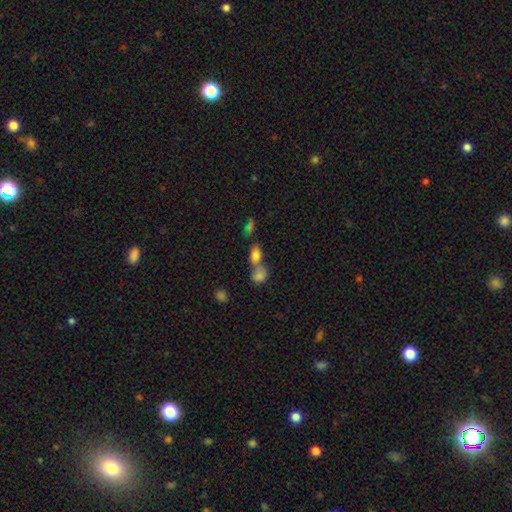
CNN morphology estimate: smooth-or-featured: smooth: 78% | star or artifact: 12% | featured or disk: 10%
  how-rounded: in between: 78% | round: 17% | cigar-shaped: 5%
  merging: merger: 51% | none: 36% | minor disturbance: 9% | major disturbance: 4%